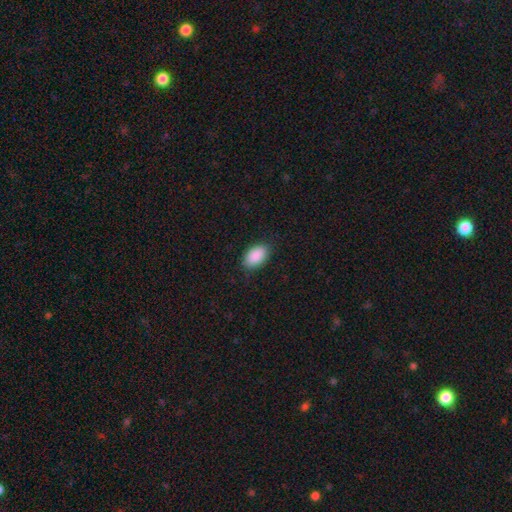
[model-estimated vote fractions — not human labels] A smooth galaxy with no disk features (90%) that is in between round and cigar-shaped (93%).

Vote fractions:
- Smooth or featured? smooth: 90% / star or artifact: 6% / featured or disk: 3%
- How rounded? in between: 93% / round: 6% / cigar-shaped: 1%
- Merging? none: 85% / minor disturbance: 12% / major disturbance: 3% / merger: 1%